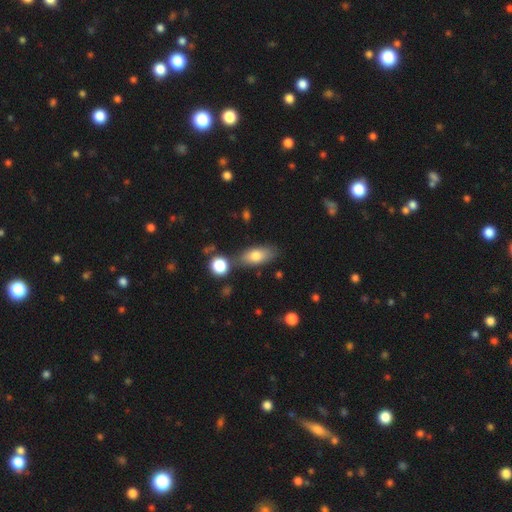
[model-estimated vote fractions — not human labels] Smooth or featured? Predicted: smooth (p=0.76). How rounded? Predicted: in between (p=0.85). Merging? Predicted: none (p=0.70).